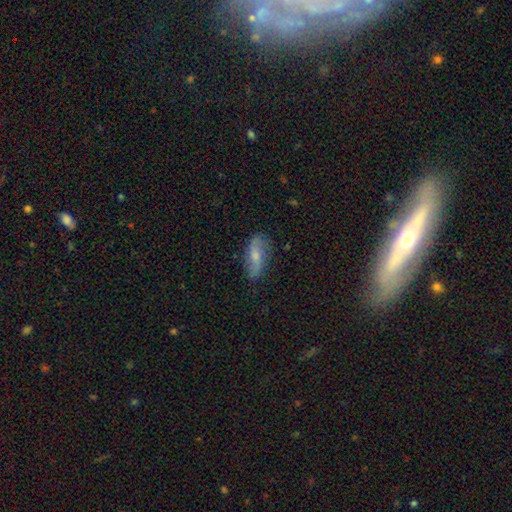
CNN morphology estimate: The model was most divided on "smooth or featured": featured or disk: 50%, smooth: 42%, star or artifact: 8%. More confident: edge-on disk — no (86%); merging — none (77%).